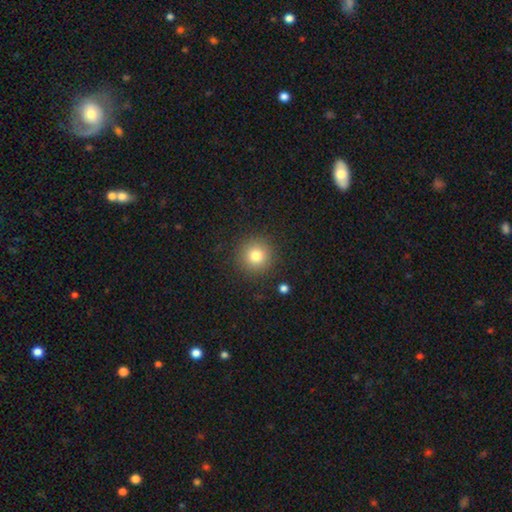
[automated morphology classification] A smooth galaxy with no disk features (80%) that is round (95%). Merging: none (90%).